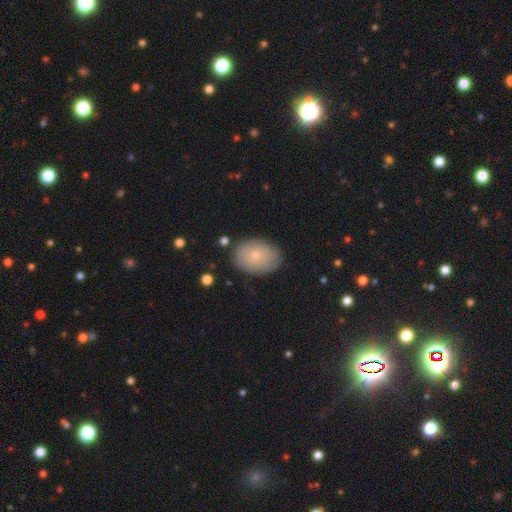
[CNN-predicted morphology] Smooth or featured: smooth — 74% (featured or disk — 19%)
How rounded: in between — 81% (round — 18%)
Merging: none — 84% (minor disturbance — 11%)